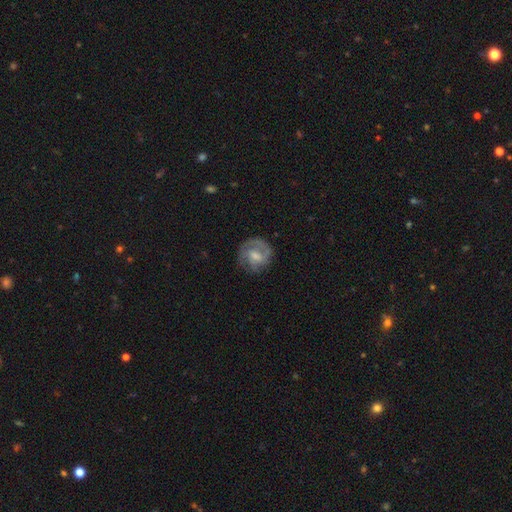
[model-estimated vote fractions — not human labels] smooth_or_featured: featured or disk (p=0.70) [alt: smooth p=0.24]
disk_edge_on: no (p=0.98) [alt: yes p=0.02]
bar: weak (p=0.54) [alt: no p=0.29]
has_spiral_arms: yes (p=0.89) [alt: no p=0.11]
spiral_winding: tight (p=0.47) [alt: medium p=0.39]
spiral_arm_count: 2 (p=0.46) [alt: 1 p=0.22]
bulge_size: moderate (p=0.42) [alt: small p=0.33]
merging: none (p=0.68) [alt: minor disturbance p=0.18]